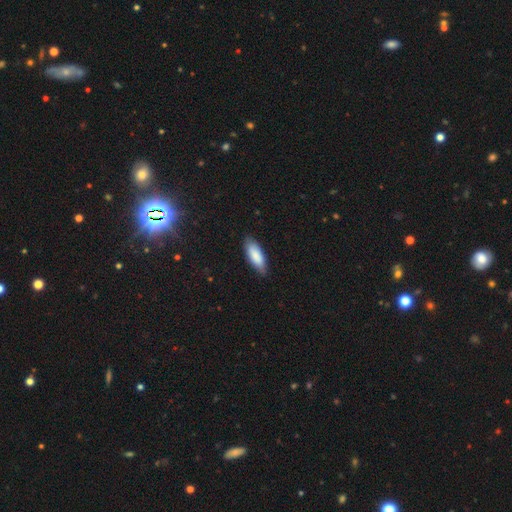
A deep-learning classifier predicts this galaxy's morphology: Smooth or featured? Predicted: smooth (p=0.85). How rounded? Predicted: in between (p=0.70). Merging? Predicted: none (p=0.81).